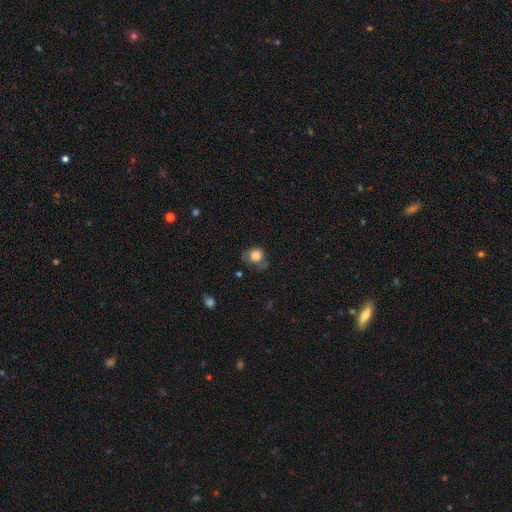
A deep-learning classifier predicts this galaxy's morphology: This appears to be a smooth galaxy with no disk features (75%) that is round (67%). Merging: none (48%).